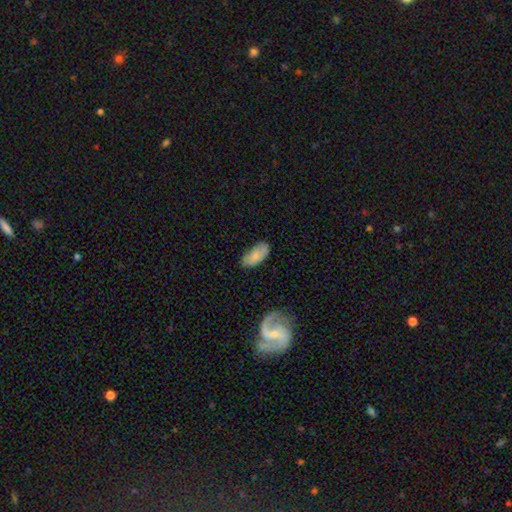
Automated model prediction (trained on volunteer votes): Smooth or featured?
  - smooth: 75% *
  - featured or disk: 19%
  - star or artifact: 6%
How rounded?
  - in between: 91% *
  - cigar-shaped: 6%
  - round: 2%
Merging?
  - none: 71% *
  - minor disturbance: 21%
  - major disturbance: 5%
  - merger: 2%